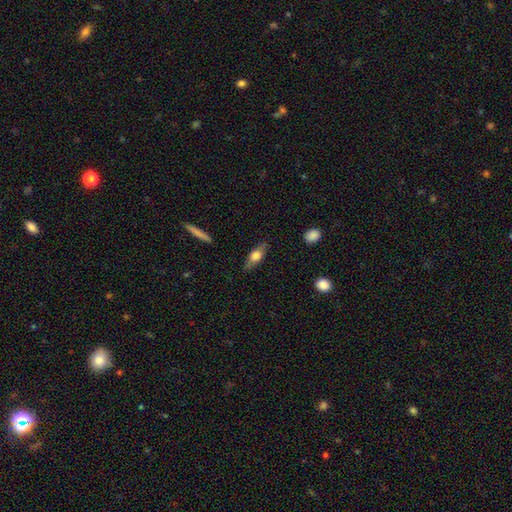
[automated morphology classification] The model was most divided on "smooth or featured": smooth: 59%, featured or disk: 34%, star or artifact: 7%. More confident: merging — none (80%); how rounded — in between (65%).